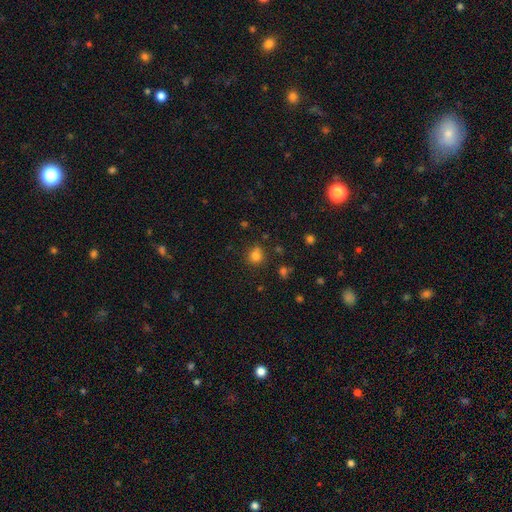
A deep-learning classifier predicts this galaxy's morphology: Smooth or featured? smooth (80%)
How rounded? round (87%)
Merging? none (81%)